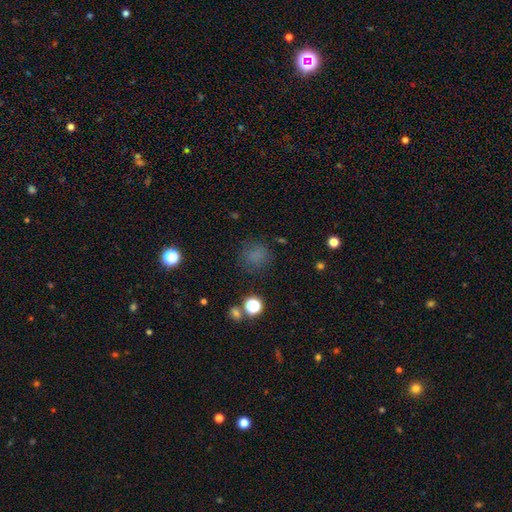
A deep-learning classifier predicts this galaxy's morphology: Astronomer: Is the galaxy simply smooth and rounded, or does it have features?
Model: smooth — 72%.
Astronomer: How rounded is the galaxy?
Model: round — 81%.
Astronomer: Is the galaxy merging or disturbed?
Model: none — 78%.